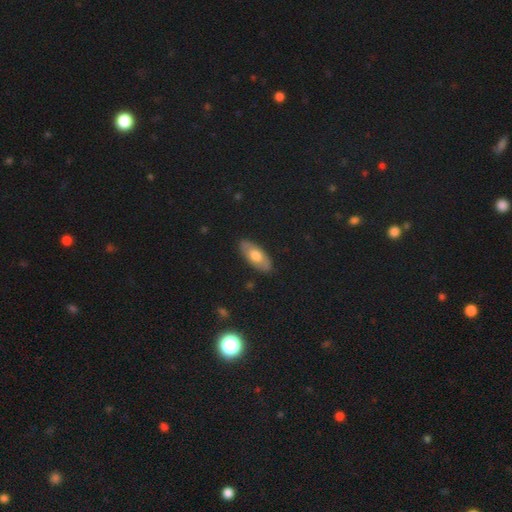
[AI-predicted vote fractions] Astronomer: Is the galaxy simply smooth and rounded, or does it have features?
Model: smooth — 62%.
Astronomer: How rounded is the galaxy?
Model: in between — 87%.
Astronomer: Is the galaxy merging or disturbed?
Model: none — 86%.